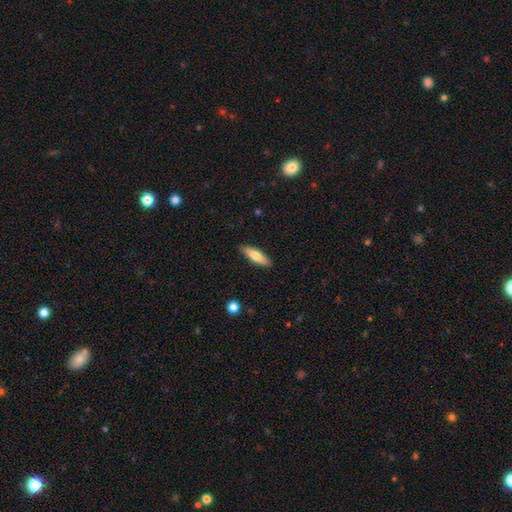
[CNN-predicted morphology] A smooth galaxy with no disk features (70%) that is cigar-shaped (59%).

Vote fractions:
- Smooth or featured? smooth: 70% / featured or disk: 24% / star or artifact: 6%
- How rounded? cigar-shaped: 59% / in between: 39% / round: 2%
- Merging? none: 89% / minor disturbance: 8% / major disturbance: 2% / merger: 1%